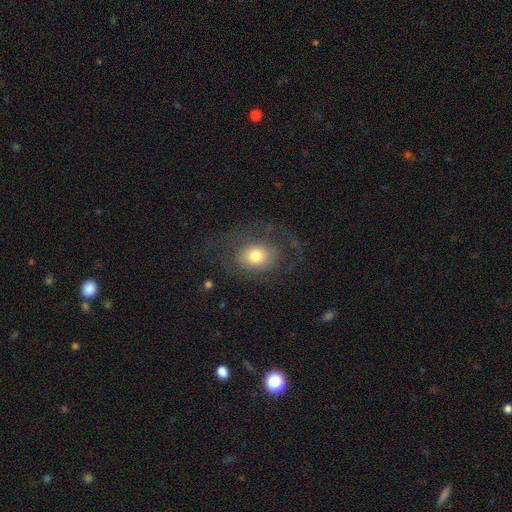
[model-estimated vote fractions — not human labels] smooth-or-featured: smooth: 52% | featured or disk: 39% | star or artifact: 10%
  how-rounded: in between: 51% | round: 48% | cigar-shaped: 1%
  merging: none: 59% | major disturbance: 22% | minor disturbance: 17% | merger: 1%